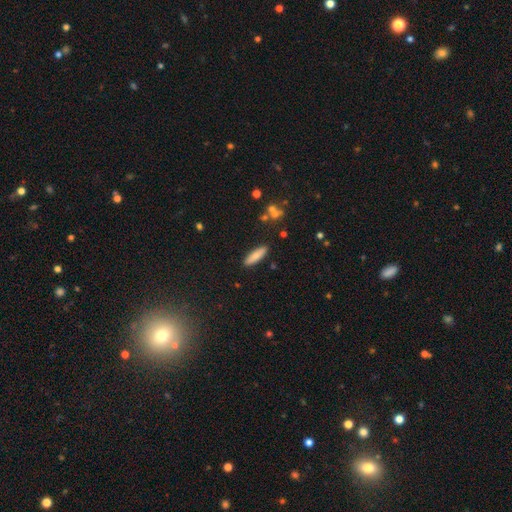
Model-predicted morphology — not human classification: A smooth galaxy with no disk features (79%) that is cigar-shaped (66%). Merging: none (88%).